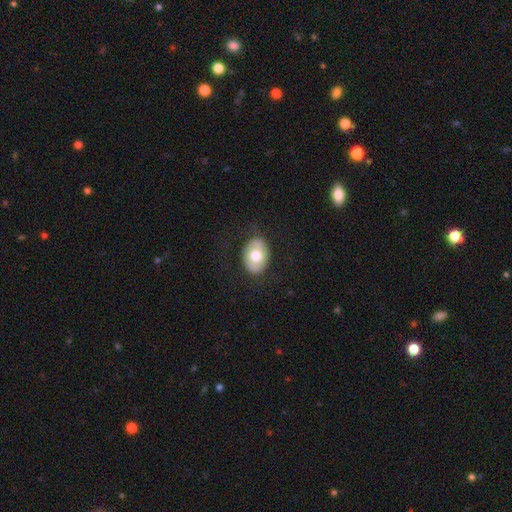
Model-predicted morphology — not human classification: The model was most divided on "smooth or featured": smooth: 66%, featured or disk: 28%, star or artifact: 7%. More confident: merging — none (78%); how rounded — in between (77%).